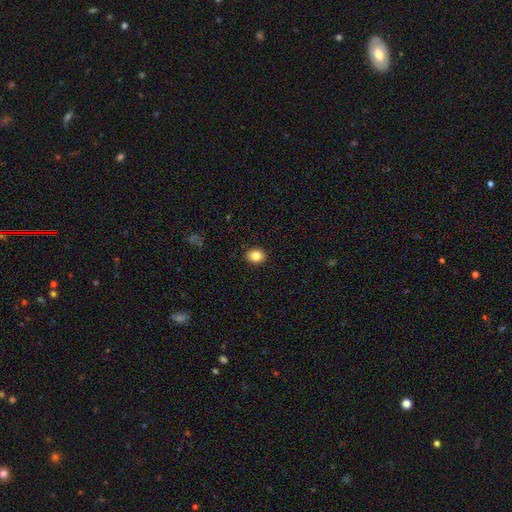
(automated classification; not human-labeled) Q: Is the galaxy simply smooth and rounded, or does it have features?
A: smooth — 83%.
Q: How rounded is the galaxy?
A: in between — 53%.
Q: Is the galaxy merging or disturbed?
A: none — 90%.